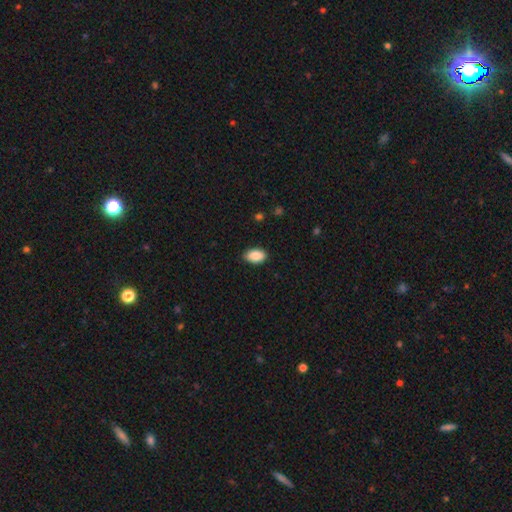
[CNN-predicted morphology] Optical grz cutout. It shows a smooth galaxy with no disk features (89%) that is in between round and cigar-shaped (92%). Merging: none (86%).